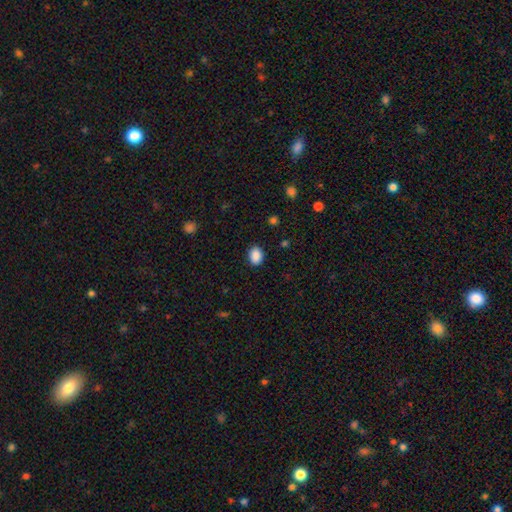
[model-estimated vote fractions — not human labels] smooth 89%, star or artifact 8%, featured or disk 3%. Down the decision tree: how rounded — in between (69%); merging — none (88%).